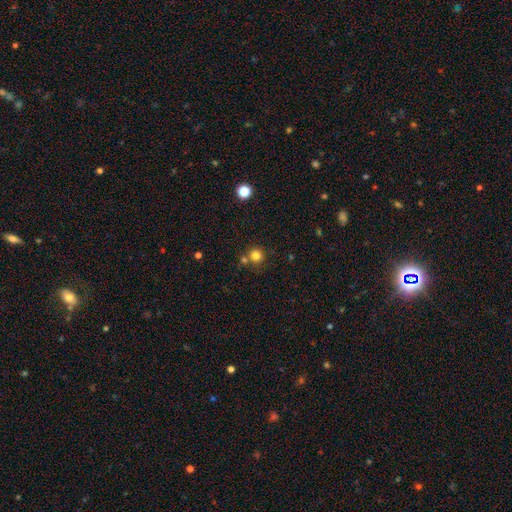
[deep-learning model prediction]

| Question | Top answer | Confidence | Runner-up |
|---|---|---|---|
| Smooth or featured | smooth | 80% | star or artifact (14%) |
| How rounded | round | 94% | in between (5%) |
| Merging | none | 71% | merger (18%) |